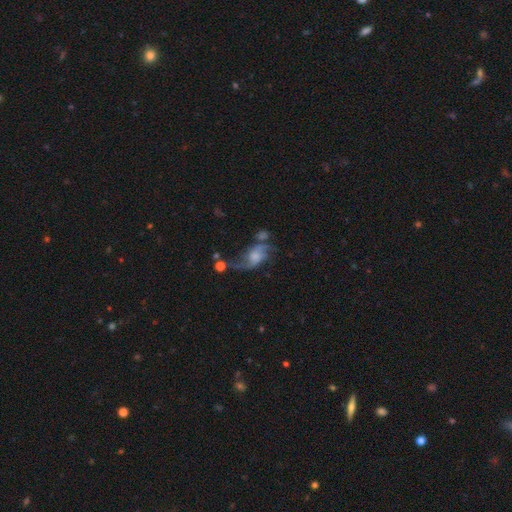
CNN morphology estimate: type=featured or disk (71%); edge-on=no (96%); bar=no (63%); spiral arms=yes (89%); winding=loose (77%); arm count=2 (80%); bulge=moderate (28%); merging=none (36%).